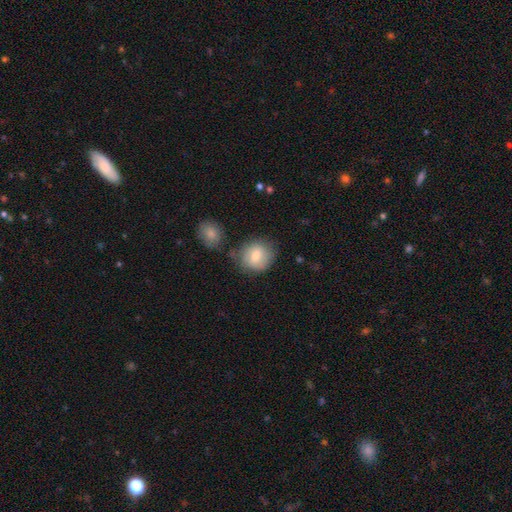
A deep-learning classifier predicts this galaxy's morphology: This appears to be a smooth galaxy with no disk features (77%) that is round (80%). Merging: none (71%).